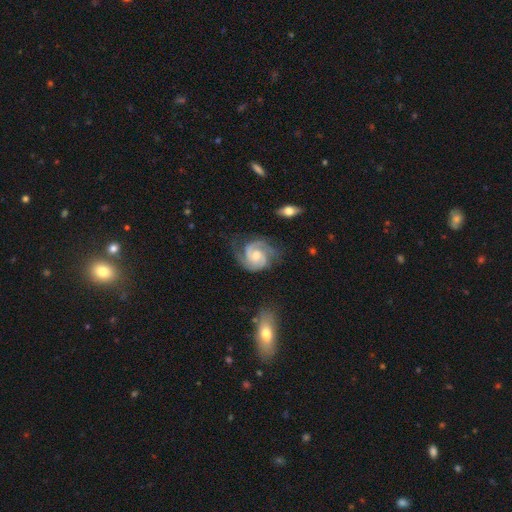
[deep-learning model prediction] Smooth or featured? featured or disk (89%)
Edge-on disk? no (98%)
Bar? no (61%)
Spiral arms? yes (98%)
Spiral winding? tight (47%)
Spiral arm count? 2 (82%)
Bulge size? moderate (58%)
Merging? none (69%)